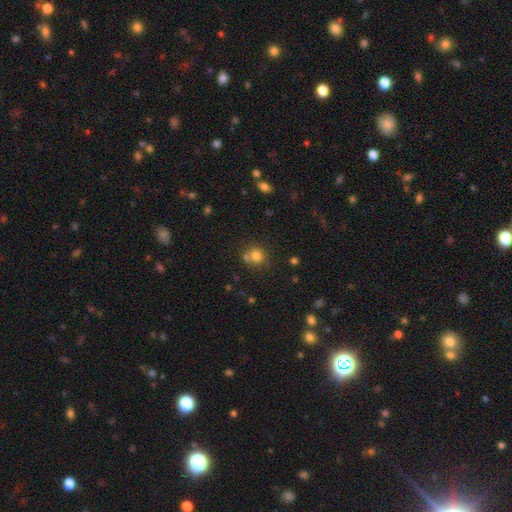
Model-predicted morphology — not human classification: A smooth galaxy with no disk features (76%) that is round (86%).

Vote fractions:
- Smooth or featured? smooth: 76% / star or artifact: 15% / featured or disk: 9%
- How rounded? round: 86% / in between: 13% / cigar-shaped: 1%
- Merging? none: 60% / merger: 26% / minor disturbance: 10% / major disturbance: 4%